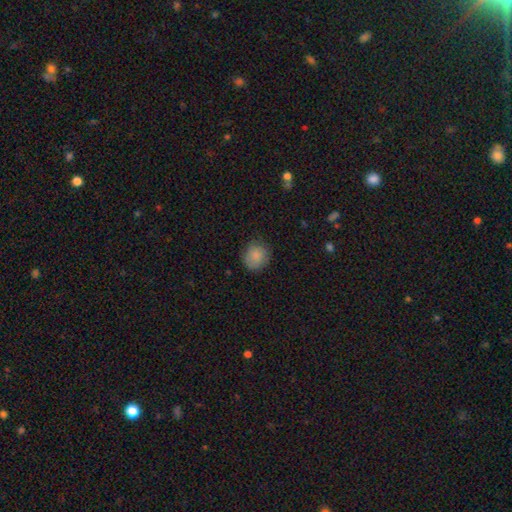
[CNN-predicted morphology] smooth-or-featured: smooth: 85% | star or artifact: 8% | featured or disk: 7%
  how-rounded: round: 79% | in between: 20% | cigar-shaped: 1%
  merging: none: 79% | minor disturbance: 16% | major disturbance: 4% | merger: 1%